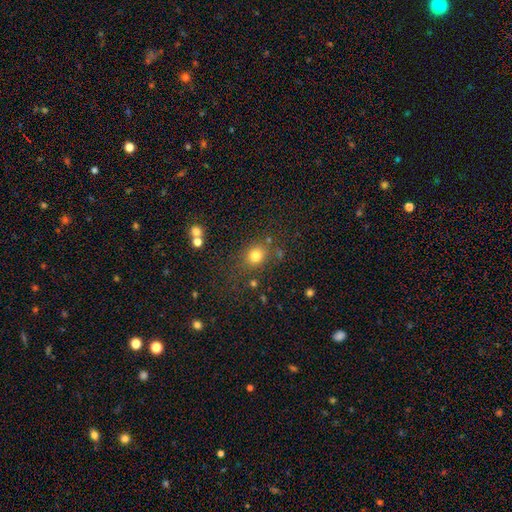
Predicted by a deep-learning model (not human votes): smooth-or-featured: smooth: 77% | star or artifact: 15% | featured or disk: 8%
  how-rounded: round: 67% | in between: 31% | cigar-shaped: 1%
  merging: none: 73% | minor disturbance: 14% | major disturbance: 7% | merger: 6%